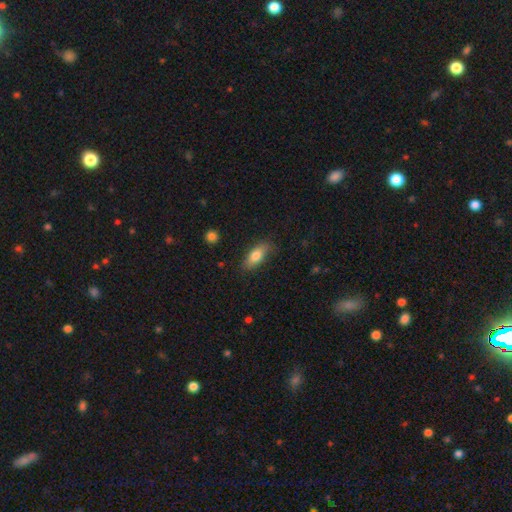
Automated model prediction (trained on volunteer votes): The model was most divided on "how rounded": in between: 76%, cigar-shaped: 21%, round: 3%. More confident: merging — none (81%); smooth or featured — smooth (77%).